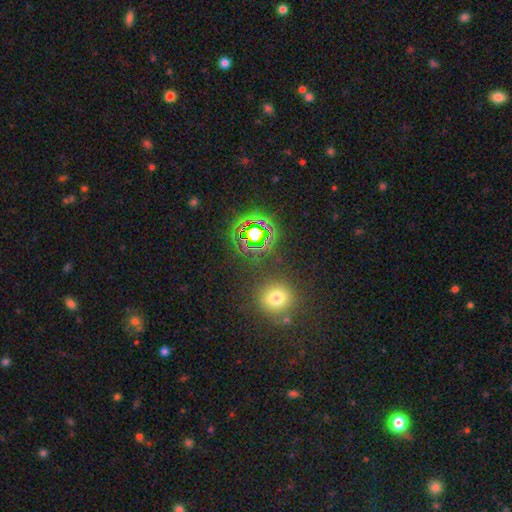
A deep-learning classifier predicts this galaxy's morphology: Smooth or featured? star or artifact (63%)